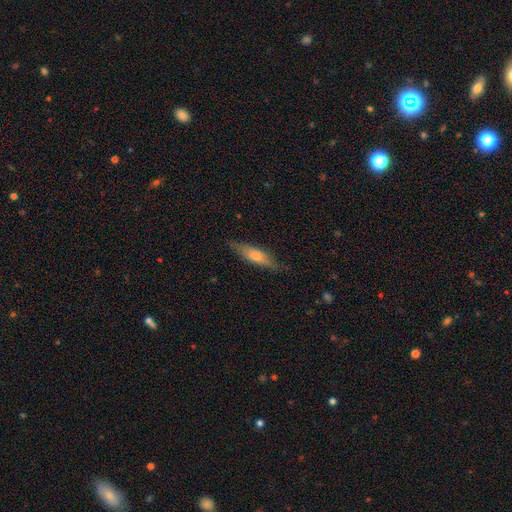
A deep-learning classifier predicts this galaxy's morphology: This appears to be a smooth galaxy with no disk features (62%) that is cigar-shaped (69%). Merging: none (81%).